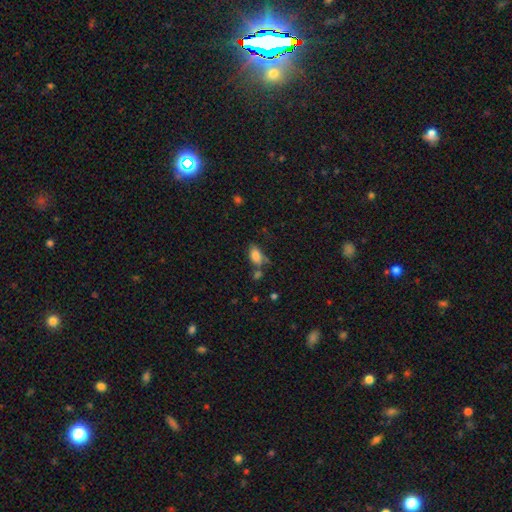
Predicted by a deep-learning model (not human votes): Smooth or featured? Predicted: smooth (p=0.80). How rounded? Predicted: in between (p=0.90). Merging? Predicted: none (p=0.45).